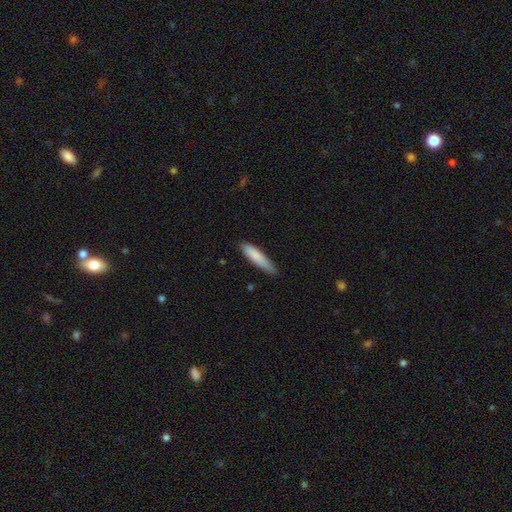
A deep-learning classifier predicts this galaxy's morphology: smooth-or-featured: smooth: 84% | featured or disk: 10% | star or artifact: 6%
  how-rounded: cigar-shaped: 82% | in between: 17% | round: 1%
  merging: none: 75% | minor disturbance: 21% | major disturbance: 3% | merger: 1%